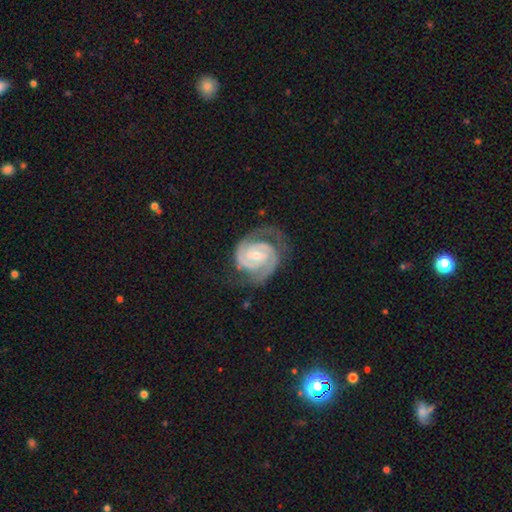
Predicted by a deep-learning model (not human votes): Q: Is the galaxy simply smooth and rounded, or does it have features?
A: featured or disk — 92%.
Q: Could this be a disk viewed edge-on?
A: no — 98%.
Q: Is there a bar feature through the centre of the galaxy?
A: weak — 42%, tied with no.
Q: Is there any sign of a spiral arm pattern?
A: yes — 98%.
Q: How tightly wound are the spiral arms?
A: tight — 65%.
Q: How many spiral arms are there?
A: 2 — 85%.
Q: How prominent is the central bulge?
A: small — 51%.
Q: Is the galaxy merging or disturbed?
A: none — 72%.